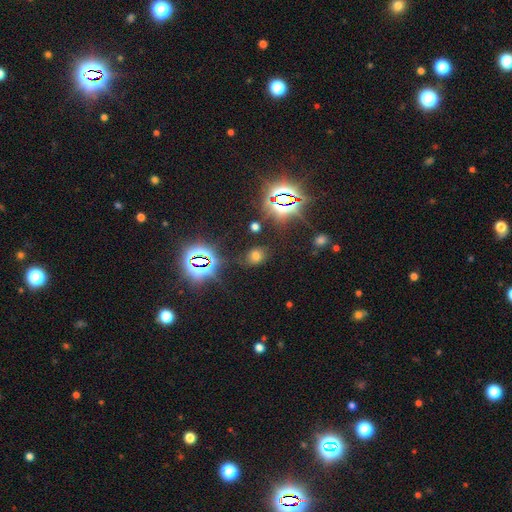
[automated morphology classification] Q: Smooth or featured?
A: smooth (52%); runner-up: star or artifact (40%)
Q: How rounded?
A: in between (50%); runner-up: round (48%)
Q: Merging?
A: none (77%); runner-up: minor disturbance (14%)